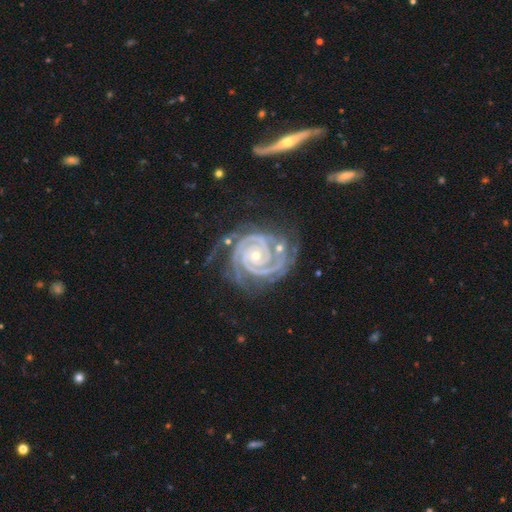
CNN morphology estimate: This appears to be a featured or disk galaxy (93%) with no bar (71%), 2 (49%) tight (86%) spiral arms (99%) and a small central bulge (71%). Merging: none (64%).